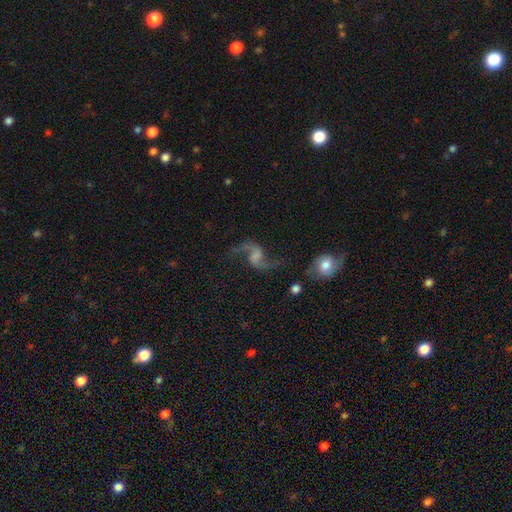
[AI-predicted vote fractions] This is clearly a featured or disk galaxy (86%). It is clearly not viewed edge-on (97%). Bar: marginally weak (43%, tied with no). Spiral arm pattern: clearly yes (96%). Spiral arm count: clearly 2 (93%). Spiral winding: clearly loose (87%). Central bulge: marginally none (44%). Merging: likely none (68%).